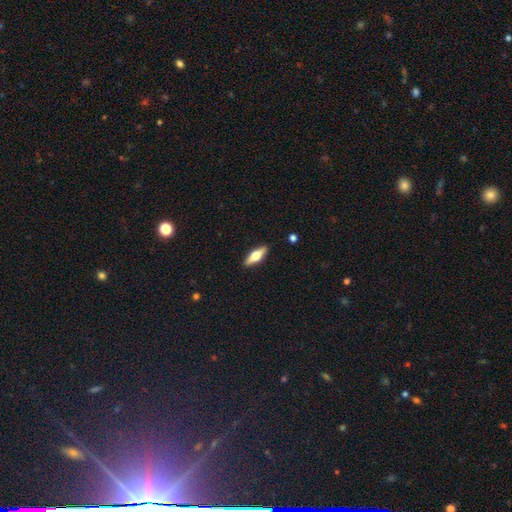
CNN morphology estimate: Smooth or featured? featured or disk (51%)
Edge-on disk? yes (92%)
Merging? none (90%)